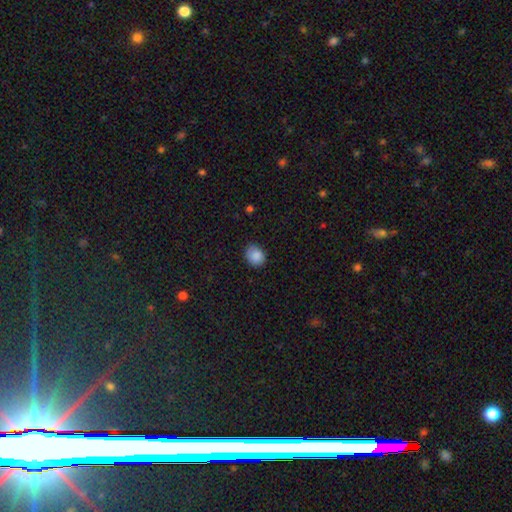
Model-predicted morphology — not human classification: Overall: smooth (87%). How rounded: round (63%; in between 36%). Merging: none (78%).